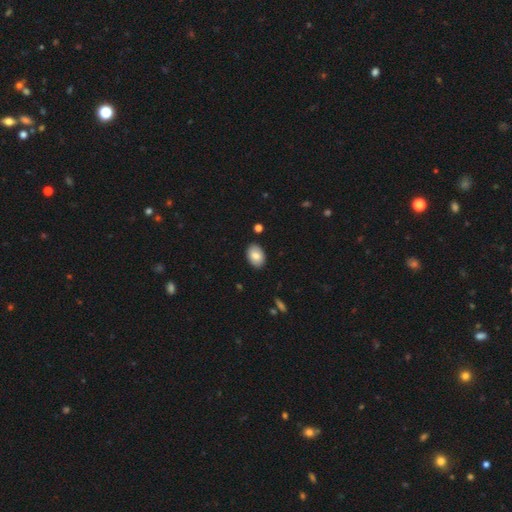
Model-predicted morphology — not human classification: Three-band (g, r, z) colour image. It shows a smooth galaxy with no disk features (82%) that is in between round and cigar-shaped (88%). Merging: none (89%).